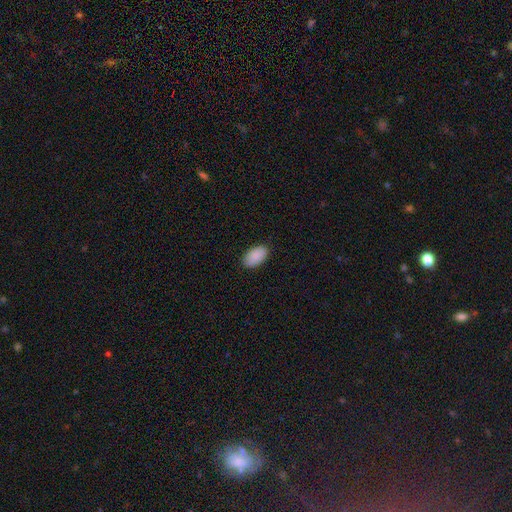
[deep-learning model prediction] Q: Smooth or featured?
A: smooth (90%); runner-up: star or artifact (7%)
Q: How rounded?
A: in between (95%); runner-up: round (4%)
Q: Merging?
A: none (87%); runner-up: minor disturbance (10%)